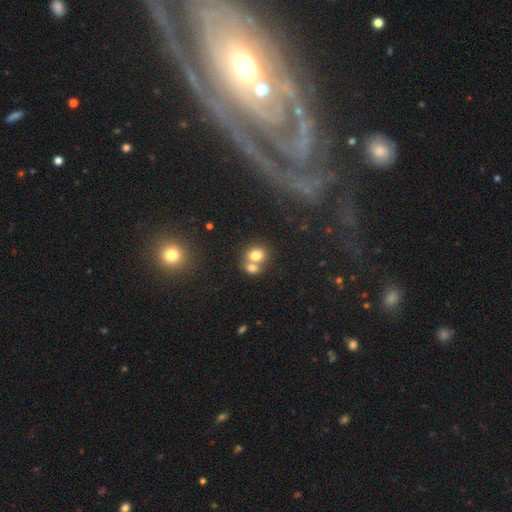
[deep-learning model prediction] smooth-or-featured: smooth: 75% | featured or disk: 14% | star or artifact: 11%
  how-rounded: round: 57% | in between: 42% | cigar-shaped: 1%
  merging: merger: 60% | none: 31% | minor disturbance: 6% | major disturbance: 3%